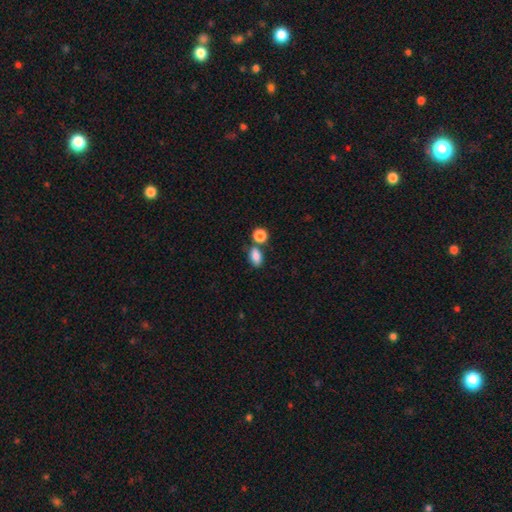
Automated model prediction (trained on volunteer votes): smooth 85%, star or artifact 9%, featured or disk 6%. Down the decision tree: how rounded — in between (84%); merging — none (59%).